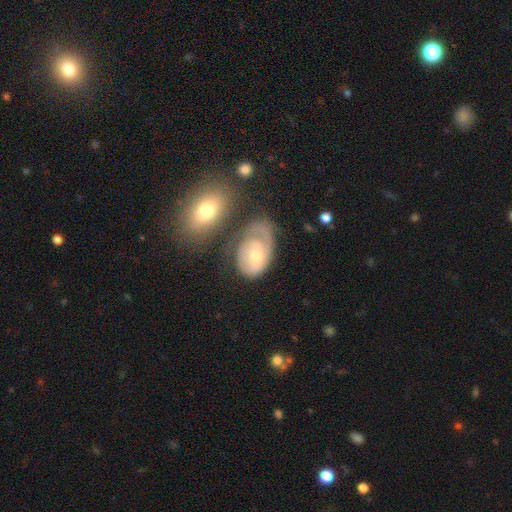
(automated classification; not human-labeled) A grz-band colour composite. It shows a featured or disk galaxy (65%) with no bar (70%), spiral arms (80%) and a small central bulge (55%). Merging: none (45%).